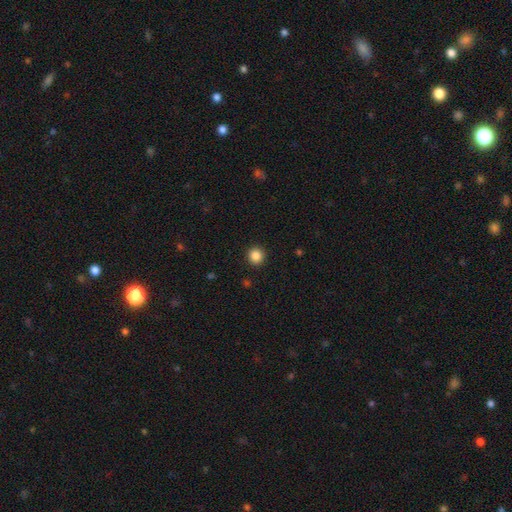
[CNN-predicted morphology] Smooth or featured?
  - smooth: 86% *
  - star or artifact: 11%
  - featured or disk: 3%
How rounded?
  - round: 93% *
  - in between: 6%
  - cigar-shaped: 1%
Merging?
  - none: 93% *
  - minor disturbance: 5%
  - major disturbance: 2%
  - merger: 1%